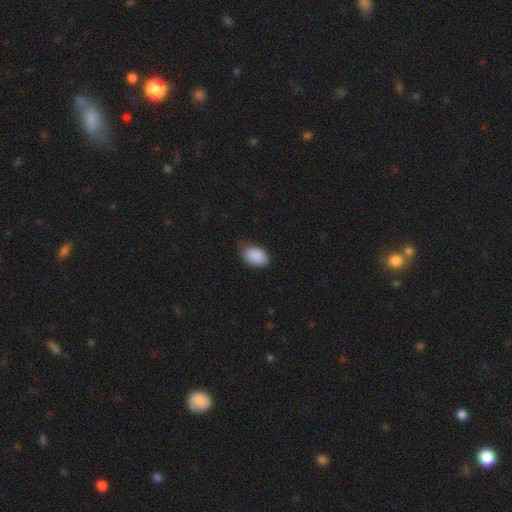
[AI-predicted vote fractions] This appears to be a smooth galaxy with no disk features (89%) that is in between round and cigar-shaped (88%). Merging: none (55%).